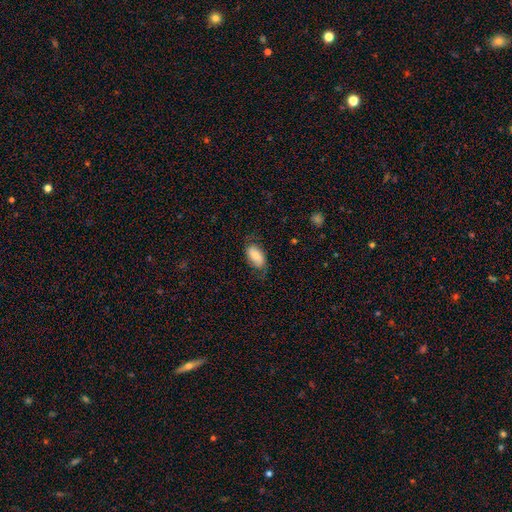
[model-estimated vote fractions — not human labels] The model was most divided on "merging": none: 68%, minor disturbance: 23%, major disturbance: 8%, merger: 1%. More confident: how rounded — in between (93%); smooth or featured — smooth (72%).